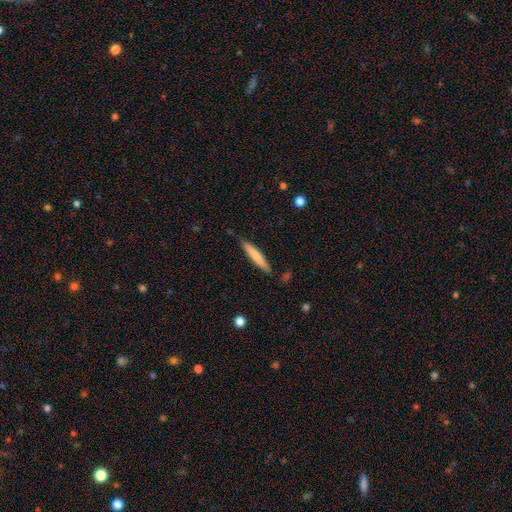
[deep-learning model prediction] smooth_or_featured: smooth (p=0.74) [alt: featured or disk p=0.20]
how_rounded: cigar-shaped (p=0.94) [alt: in between p=0.05]
merging: none (p=0.84) [alt: minor disturbance p=0.13]